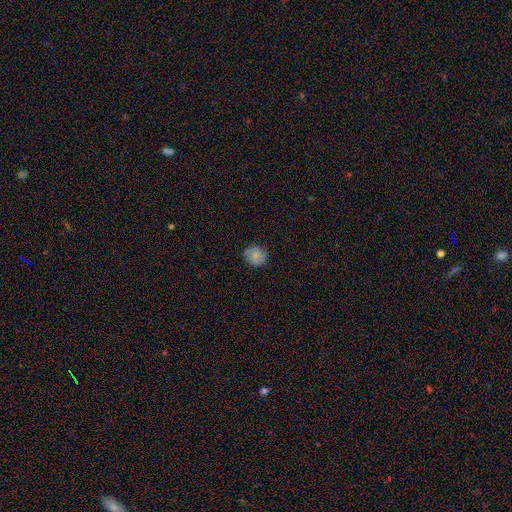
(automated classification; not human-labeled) This appears to be a smooth galaxy with no disk features (82%) that is round (84%). Merging: none (83%).